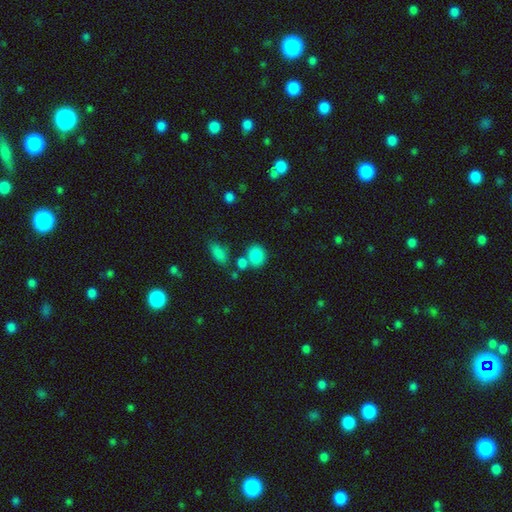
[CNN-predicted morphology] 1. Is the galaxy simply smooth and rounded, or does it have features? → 84% smooth, 9% star or artifact, 7% featured or disk.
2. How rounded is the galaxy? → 58% round, 41% in between, 1% cigar-shaped.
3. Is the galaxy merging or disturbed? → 61% none, 22% merger, 13% minor disturbance, 5% major disturbance.